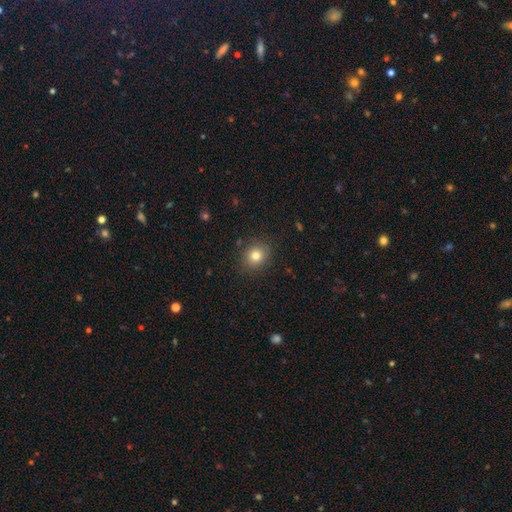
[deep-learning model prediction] A smooth galaxy with no disk features (79%) that is round (75%).

Vote fractions:
- Smooth or featured? smooth: 79% / star or artifact: 12% / featured or disk: 8%
- How rounded? round: 75% / in between: 24% / cigar-shaped: 1%
- Merging? none: 86% / minor disturbance: 10% / major disturbance: 3% / merger: 1%